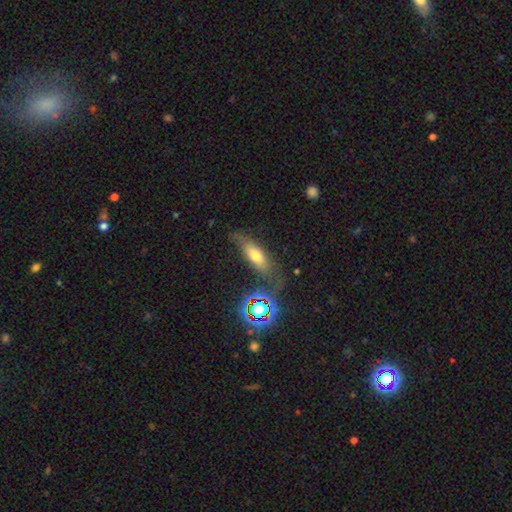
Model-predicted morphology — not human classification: smooth-or-featured: smooth: 57% | featured or disk: 28% | star or artifact: 15%
  how-rounded: in between: 55% | cigar-shaped: 40% | round: 5%
  merging: none: 61% | minor disturbance: 23% | major disturbance: 11% | merger: 5%